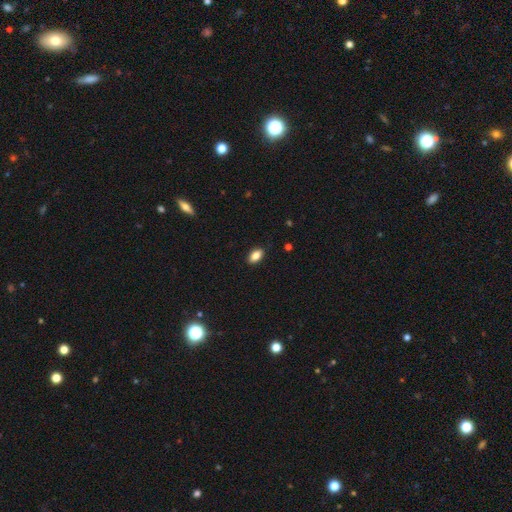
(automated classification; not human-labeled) A smooth galaxy with no disk features (84%) that is in between round and cigar-shaped (91%). Merging: none (88%).